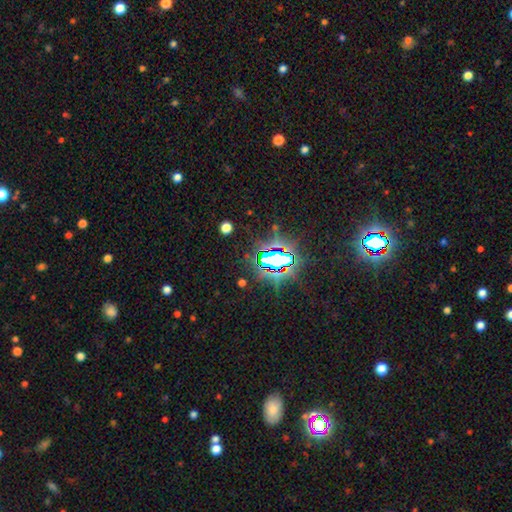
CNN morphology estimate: A star or artifact, not a galaxy (84%).

Vote fractions:
- Smooth or featured? star or artifact: 84% / smooth: 9% / featured or disk: 7%